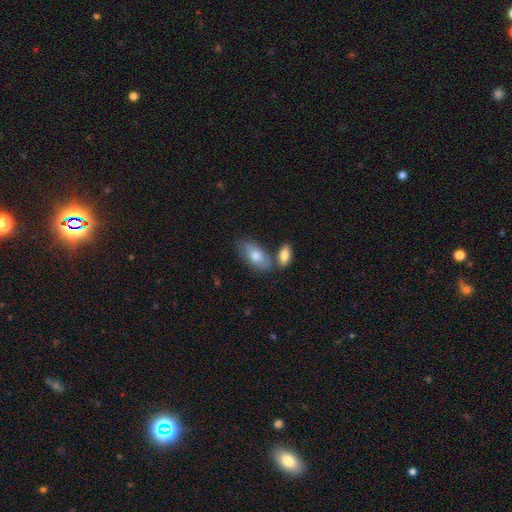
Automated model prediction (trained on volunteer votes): Q: Smooth or featured?
A: smooth (76%); runner-up: featured or disk (18%)
Q: How rounded?
A: in between (90%); runner-up: cigar-shaped (7%)
Q: Merging?
A: none (58%); runner-up: merger (24%)